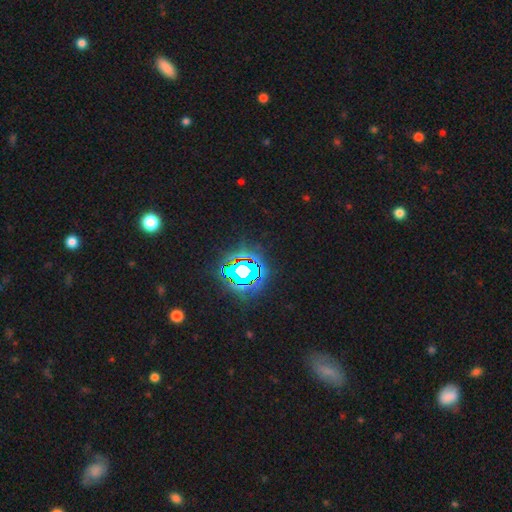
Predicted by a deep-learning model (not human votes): This is clearly a star or artifact rather than a galaxy (81%).